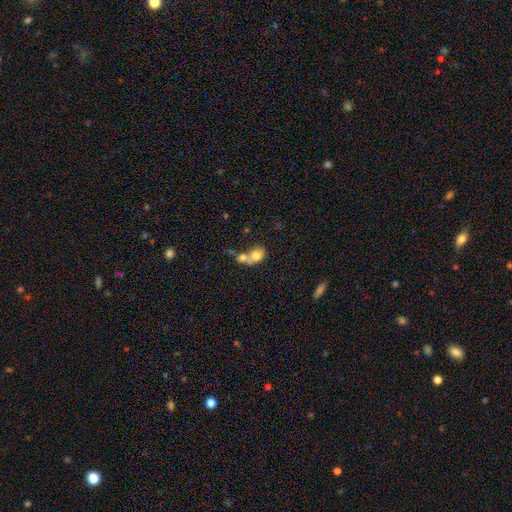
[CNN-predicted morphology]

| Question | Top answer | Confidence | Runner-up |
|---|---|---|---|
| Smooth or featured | smooth | 72% | featured or disk (19%) |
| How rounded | round | 60% | in between (38%) |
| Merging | merger | 68% | none (21%) |